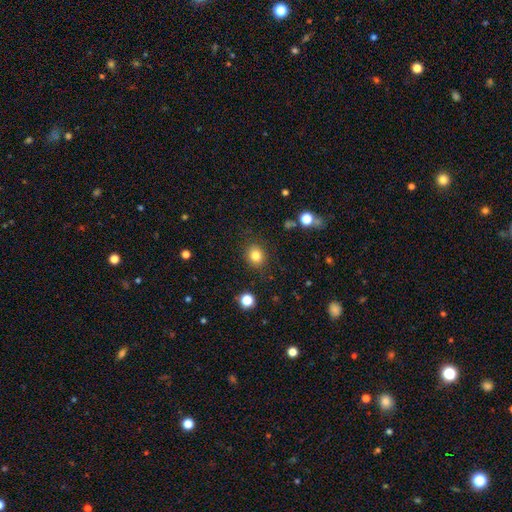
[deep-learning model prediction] Smooth or featured? smooth (82%)
How rounded? round (75%)
Merging? none (87%)